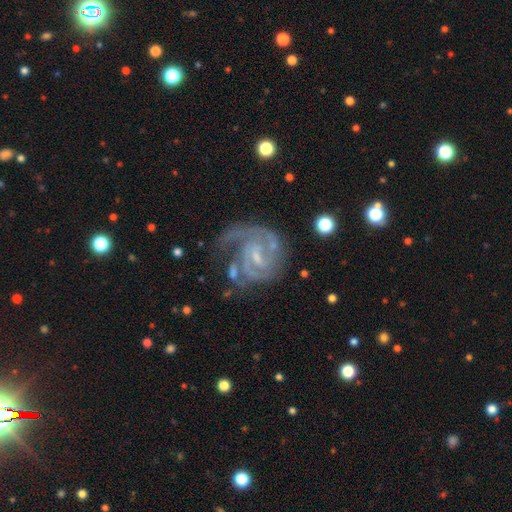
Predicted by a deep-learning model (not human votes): Smooth or featured: featured or disk — 88% (star or artifact — 7%)
Edge-on disk: no — 98% (yes — 2%)
Bar: weak — 54% (no — 27%)
Spiral arms: yes — 97% (no — 3%)
Spiral winding: tight — 48% (medium — 43%)
Spiral arm count: 2 — 45% (3 — 22%)
Bulge size: small — 67% (moderate — 17%)
Merging: none — 53% (minor disturbance — 21%)